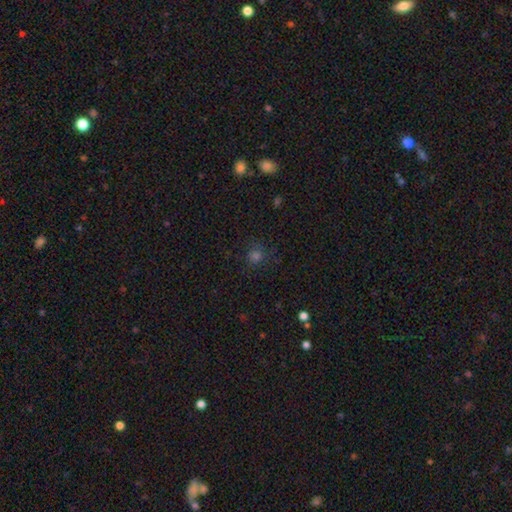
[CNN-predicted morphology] The model was most divided on "smooth or featured": smooth: 64%, star or artifact: 29%, featured or disk: 6%. More confident: how rounded — round (88%); merging — none (82%).